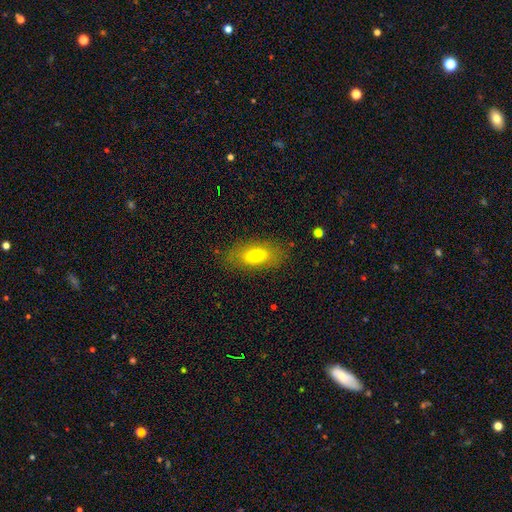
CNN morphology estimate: The model was most divided on "smooth or featured": smooth: 68%, featured or disk: 24%, star or artifact: 8%. More confident: how rounded — in between (83%); merging — none (81%).